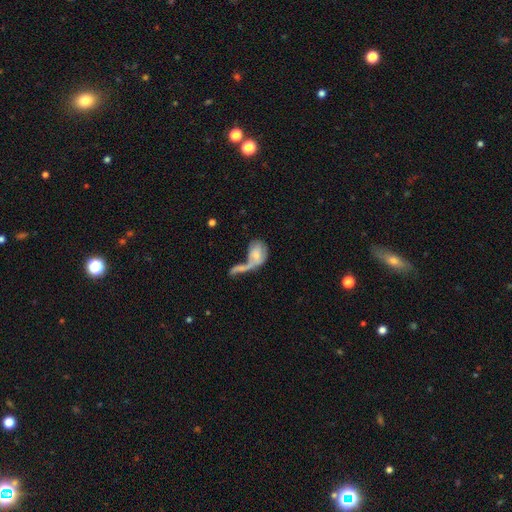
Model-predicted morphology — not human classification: This appears to be a smooth galaxy with no disk features (57%) that is in between round and cigar-shaped (73%). Merging: merger (57%).